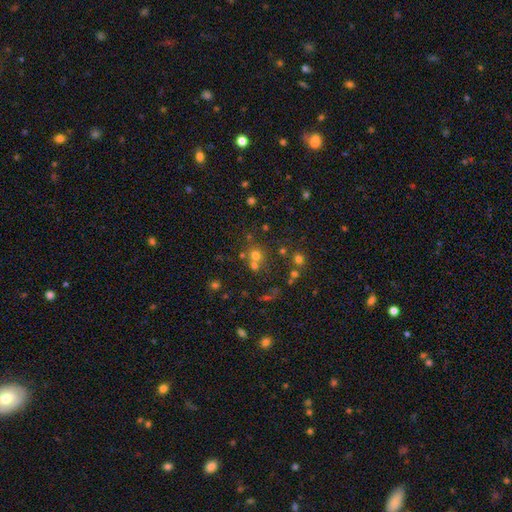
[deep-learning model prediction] A smooth galaxy with no disk features (62%) that is round (87%). Merging: none (57%).